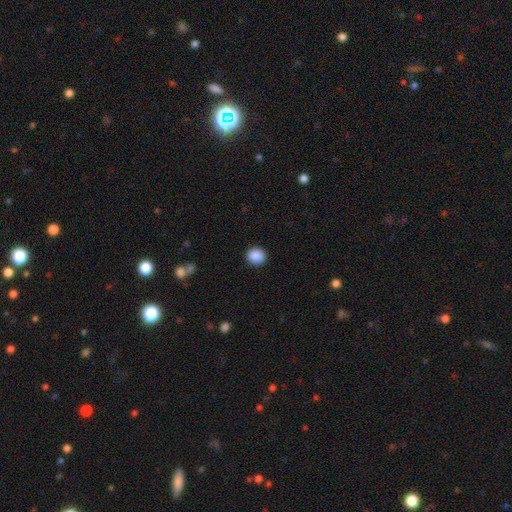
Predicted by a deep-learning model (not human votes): This is clearly a smooth galaxy (89%). How rounded: clearly round (84%). Merging: clearly none (90%).